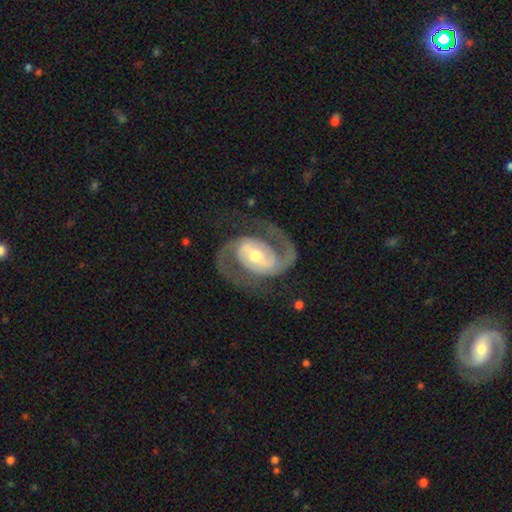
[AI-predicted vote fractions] Q: Smooth or featured?
A: featured or disk (92%); runner-up: smooth (4%)
Q: Edge-on disk?
A: no (98%); runner-up: yes (2%)
Q: Bar?
A: weak (41%); runner-up: no (30%)
Q: Spiral arms?
A: yes (98%); runner-up: no (2%)
Q: Spiral winding?
A: medium (58%); runner-up: tight (26%)
Q: Spiral arm count?
A: 2 (93%); runner-up: can't tell (2%)
Q: Bulge size?
A: moderate (65%); runner-up: small (27%)
Q: Merging?
A: none (77%); runner-up: minor disturbance (12%)